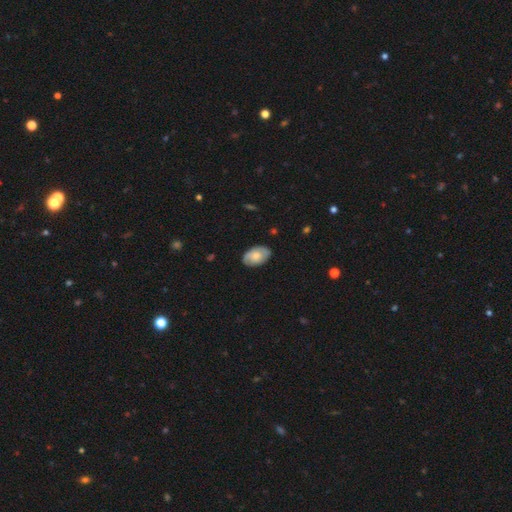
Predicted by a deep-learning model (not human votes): Smooth or featured? Predicted: smooth (p=0.62). How rounded? Predicted: in between (p=0.91). Merging? Predicted: none (p=0.82).